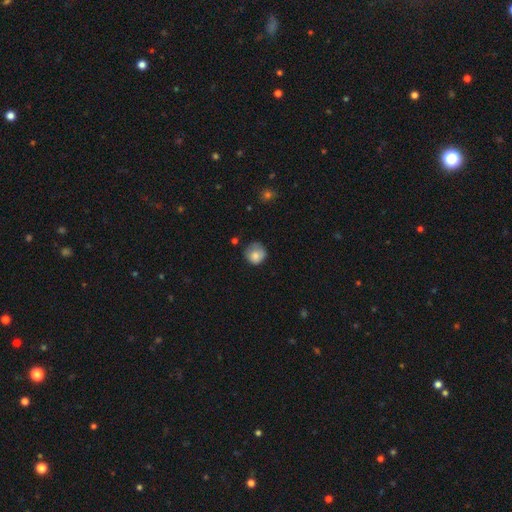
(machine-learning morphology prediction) smooth_or_featured: smooth (p=0.79) [alt: featured or disk p=0.13]
how_rounded: round (p=0.84) [alt: in between p=0.15]
merging: none (p=0.56) [alt: minor disturbance p=0.30]